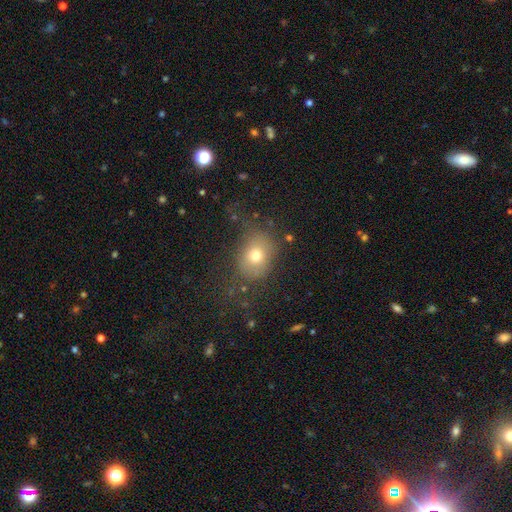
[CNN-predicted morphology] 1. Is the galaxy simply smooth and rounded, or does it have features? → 72% smooth, 15% featured or disk, 13% star or artifact.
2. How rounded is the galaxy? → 50% round, 49% in between, 1% cigar-shaped.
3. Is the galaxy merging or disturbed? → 61% none, 21% minor disturbance, 15% major disturbance, 2% merger.